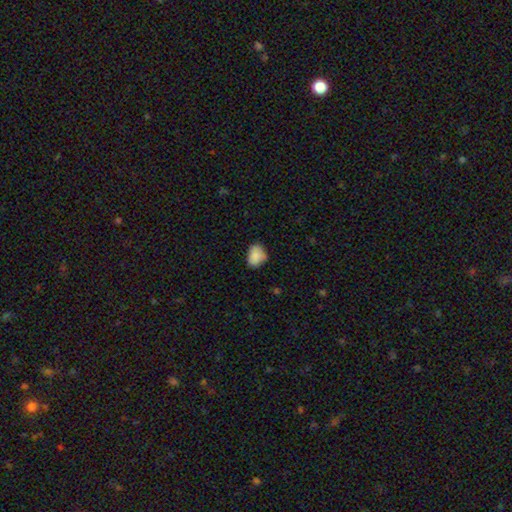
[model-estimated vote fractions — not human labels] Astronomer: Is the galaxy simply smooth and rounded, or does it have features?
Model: smooth — 86%.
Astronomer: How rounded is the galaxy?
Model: in between — 70%.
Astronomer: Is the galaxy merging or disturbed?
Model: none — 67%.